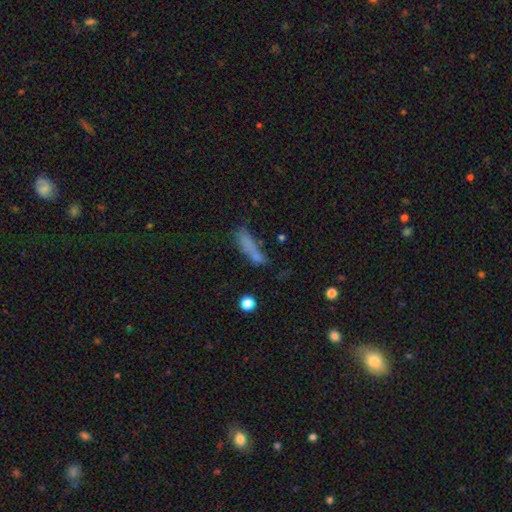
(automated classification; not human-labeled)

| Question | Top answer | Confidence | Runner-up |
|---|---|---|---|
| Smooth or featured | smooth | 71% | featured or disk (16%) |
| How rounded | cigar-shaped | 62% | in between (34%) |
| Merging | none | 47% | minor disturbance (24%) |